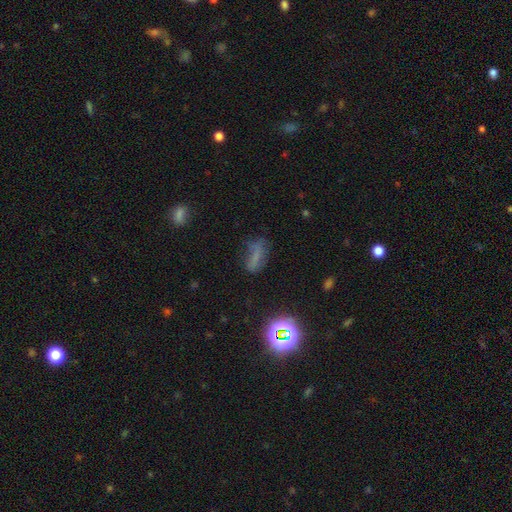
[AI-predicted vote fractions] This appears to be a smooth galaxy with no disk features (47%). Merging: none (52%).